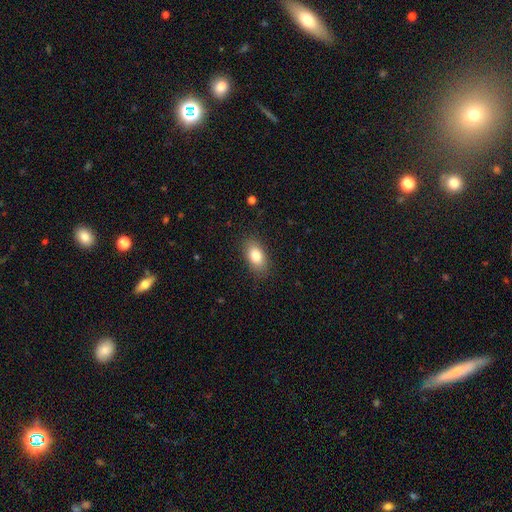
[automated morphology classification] The model was most divided on "smooth or featured": smooth: 82%, featured or disk: 11%, star or artifact: 8%. More confident: how rounded — in between (90%); merging — none (86%).